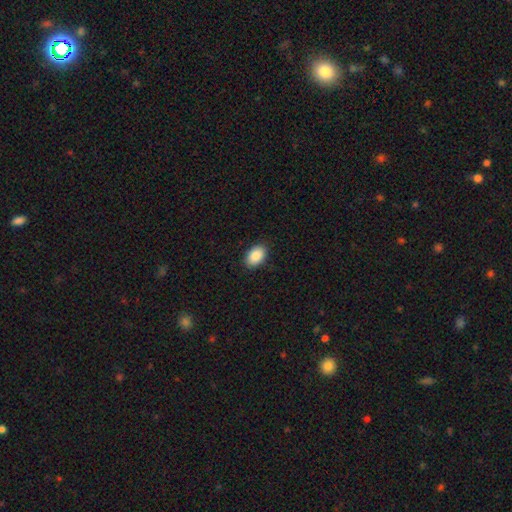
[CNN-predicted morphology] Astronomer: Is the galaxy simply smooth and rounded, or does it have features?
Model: smooth — 90%.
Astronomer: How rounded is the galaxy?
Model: in between — 90%.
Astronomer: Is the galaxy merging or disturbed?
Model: none — 89%.